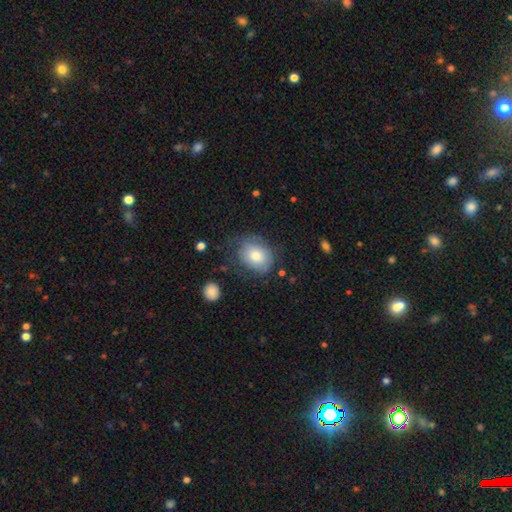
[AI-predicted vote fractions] smooth-or-featured: smooth: 74% | featured or disk: 18% | star or artifact: 8%
  how-rounded: round: 52% | in between: 47% | cigar-shaped: 1%
  merging: none: 67% | minor disturbance: 22% | major disturbance: 9% | merger: 2%